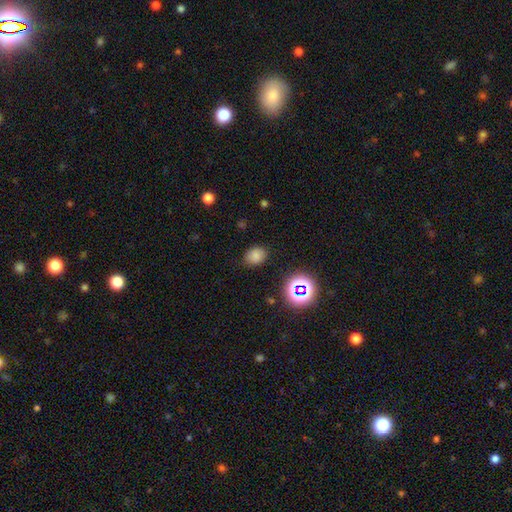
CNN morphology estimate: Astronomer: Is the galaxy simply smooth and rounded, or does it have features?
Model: smooth — 76%.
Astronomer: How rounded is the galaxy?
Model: in between — 54% (runner-up: round, 45%).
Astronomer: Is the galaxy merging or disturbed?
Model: none — 83%.